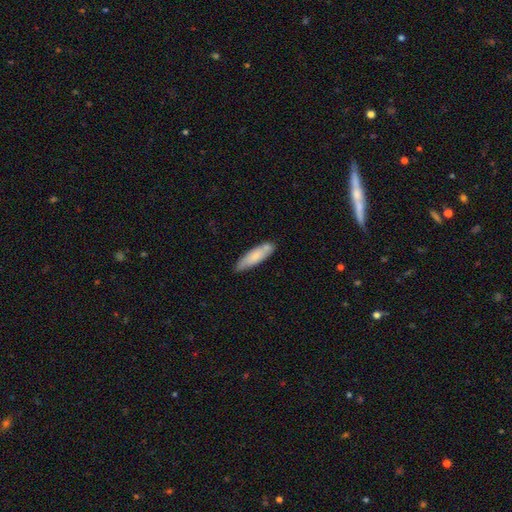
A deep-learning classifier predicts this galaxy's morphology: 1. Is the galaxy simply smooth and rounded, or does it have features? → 74% smooth, 21% featured or disk, 6% star or artifact.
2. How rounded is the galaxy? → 65% cigar-shaped, 34% in between, 1% round.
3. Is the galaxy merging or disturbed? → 73% none, 17% minor disturbance, 7% merger, 3% major disturbance.